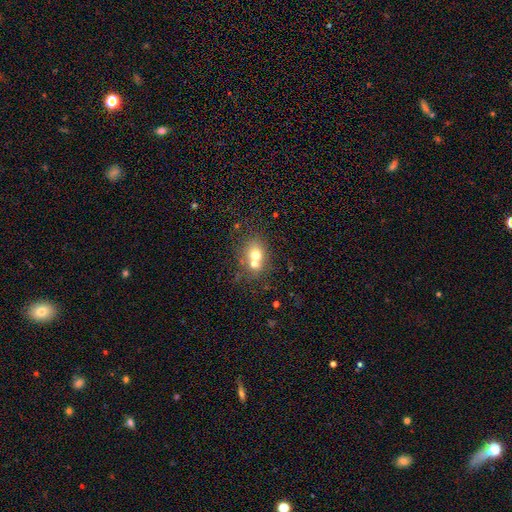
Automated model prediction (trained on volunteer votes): smooth-or-featured: smooth: 65% | featured or disk: 22% | star or artifact: 13%
  how-rounded: round: 61% | in between: 38% | cigar-shaped: 1%
  merging: merger: 54% | none: 34% | minor disturbance: 8% | major disturbance: 4%